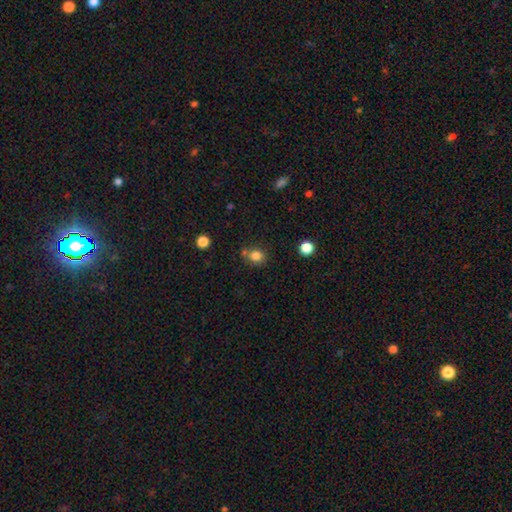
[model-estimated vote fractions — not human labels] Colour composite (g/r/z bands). It shows a smooth galaxy with no disk features (82%) that is round (75%). Merging: none (68%).